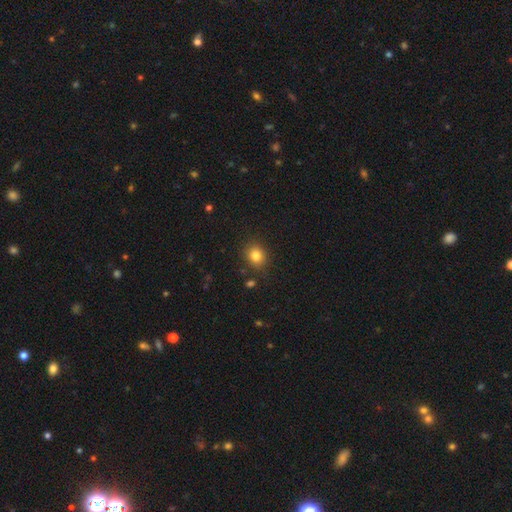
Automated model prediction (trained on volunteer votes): Morphology: type=smooth (82%); roundness=round (69%); merging=none (84%).